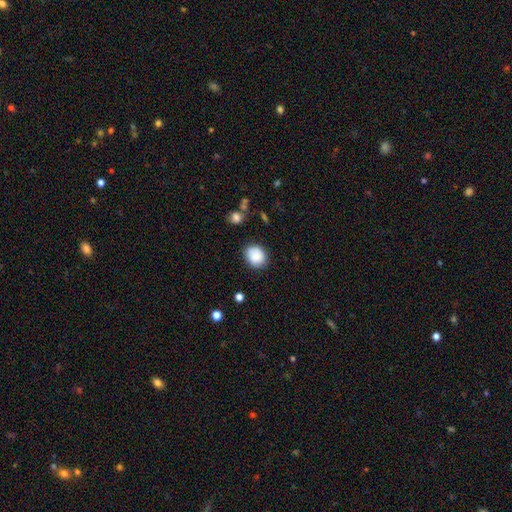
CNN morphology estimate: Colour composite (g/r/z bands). It shows a smooth galaxy with no disk features (84%) that is round (61%). Merging: none (77%).